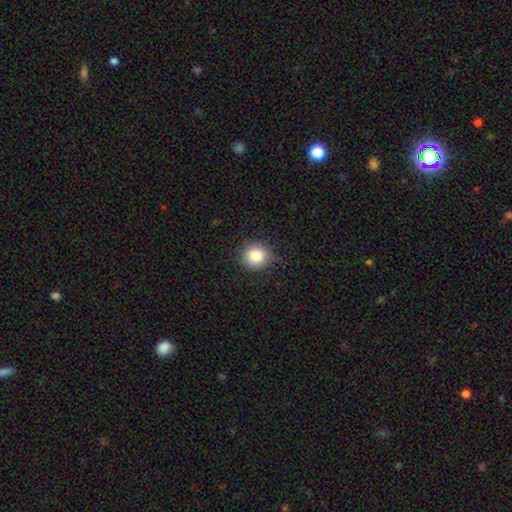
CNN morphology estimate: Smooth or featured? smooth (85%)
How rounded? round (89%)
Merging? none (87%)